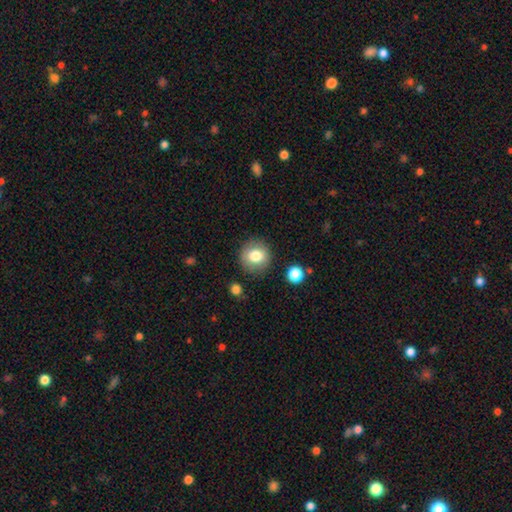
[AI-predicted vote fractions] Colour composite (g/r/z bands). It shows a smooth galaxy with no disk features (80%) that is round (91%). Merging: none (86%).